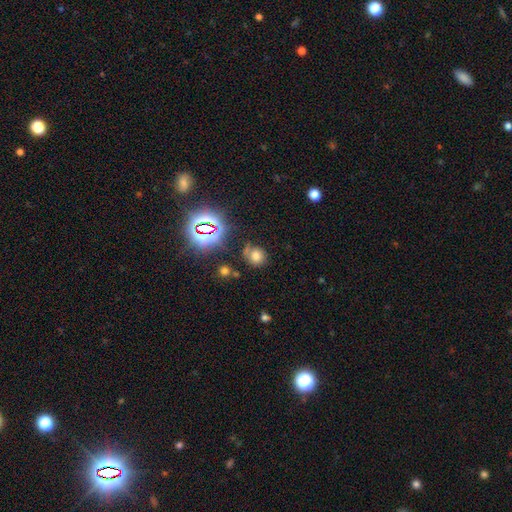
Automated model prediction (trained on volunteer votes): smooth 63%, star or artifact 25%, featured or disk 12%. Down the decision tree: how rounded — round (78%); merging — none (66%).